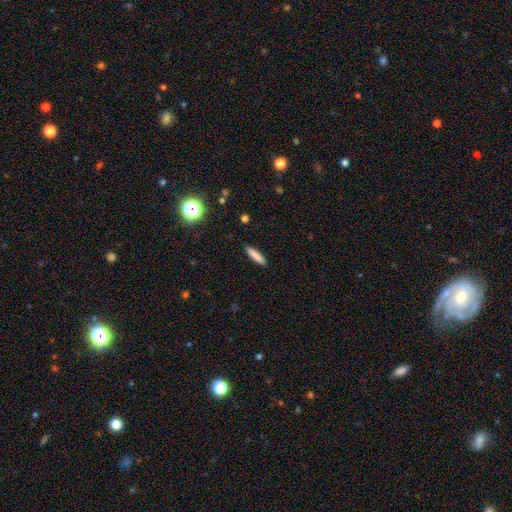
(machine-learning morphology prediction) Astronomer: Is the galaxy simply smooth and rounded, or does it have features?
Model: smooth — 83%.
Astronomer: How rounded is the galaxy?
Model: cigar-shaped — 83%.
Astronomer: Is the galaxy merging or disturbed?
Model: none — 90%.